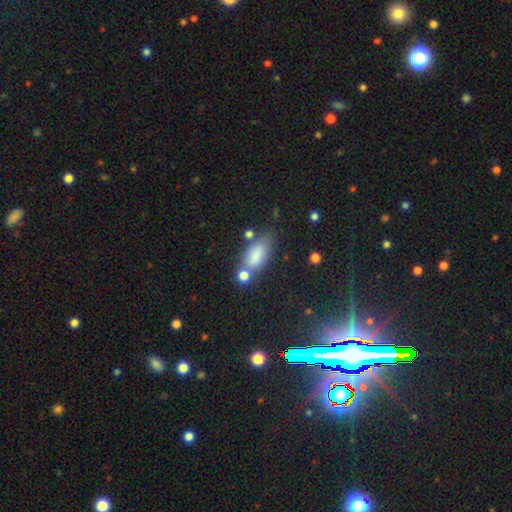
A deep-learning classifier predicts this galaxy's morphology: smooth-or-featured: smooth: 81% | star or artifact: 10% | featured or disk: 10%
  how-rounded: in between: 82% | cigar-shaped: 12% | round: 6%
  merging: none: 51% | merger: 22% | minor disturbance: 19% | major disturbance: 8%